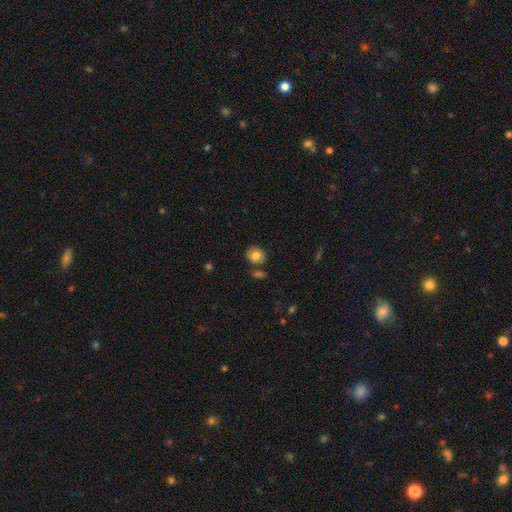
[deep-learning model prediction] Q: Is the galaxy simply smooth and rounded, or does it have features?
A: smooth — 82%.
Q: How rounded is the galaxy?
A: round — 76%.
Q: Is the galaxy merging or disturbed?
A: none — 74%.